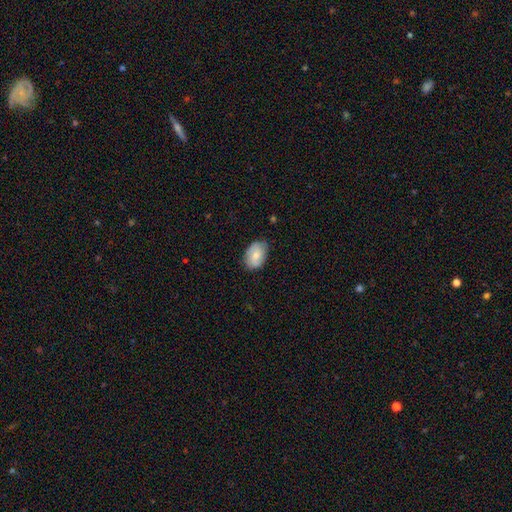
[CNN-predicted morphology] This appears to be a smooth galaxy with no disk features (71%) that is in between round and cigar-shaped (86%). Merging: none (74%).